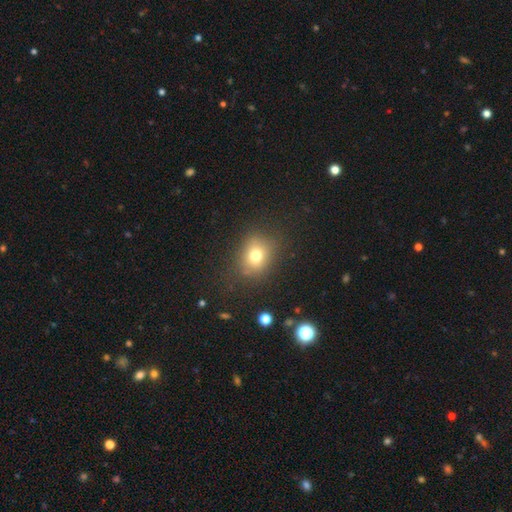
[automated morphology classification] The model was most divided on "how rounded": round: 56%, in between: 42%, cigar-shaped: 1%. More confident: merging — none (78%); smooth or featured — smooth (73%).